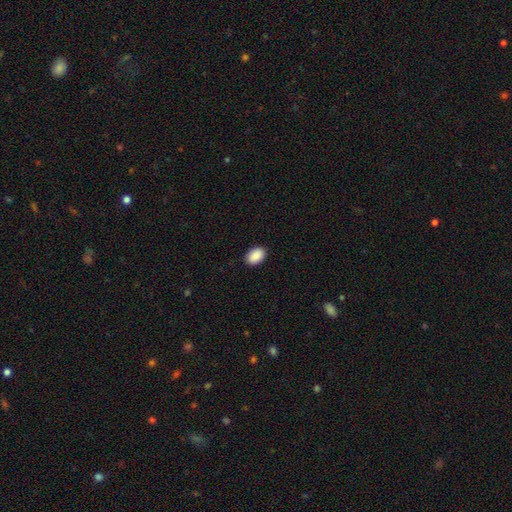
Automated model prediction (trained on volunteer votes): smooth 91%, star or artifact 7%, featured or disk 3%. Down the decision tree: how rounded — in between (85%); merging — none (89%).